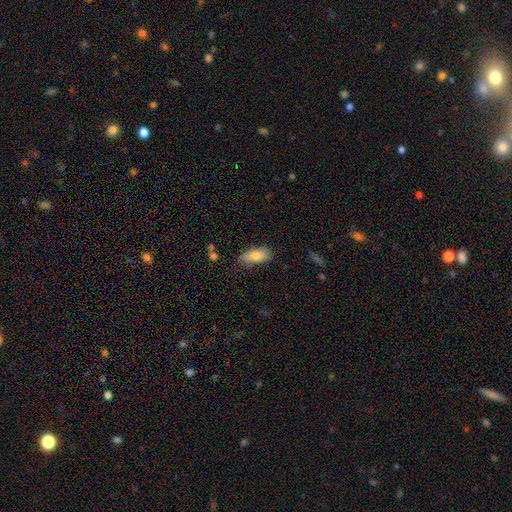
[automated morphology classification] Smooth or featured? smooth (80%)
How rounded? in between (90%)
Merging? none (71%)